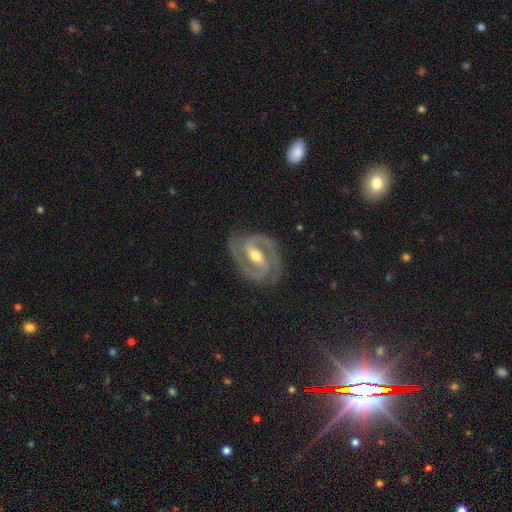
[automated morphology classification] type=featured or disk (93%); edge-on=no (97%); bar=strong (50%); spiral arms=yes (98%); winding=medium (49%); arm count=2 (92%); bulge=moderate (71%); merging=none (83%).